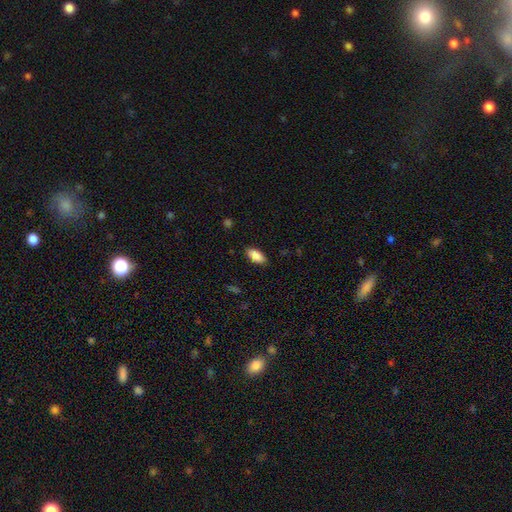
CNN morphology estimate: This appears to be a smooth galaxy with no disk features (89%) that is in between round and cigar-shaped (89%). Merging: none (85%).